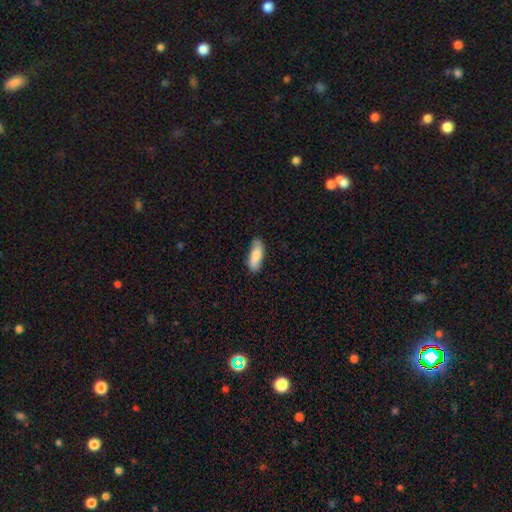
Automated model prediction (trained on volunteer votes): Q: Smooth or featured?
A: smooth (76%); runner-up: featured or disk (18%)
Q: How rounded?
A: in between (67%); runner-up: cigar-shaped (31%)
Q: Merging?
A: none (81%); runner-up: minor disturbance (15%)